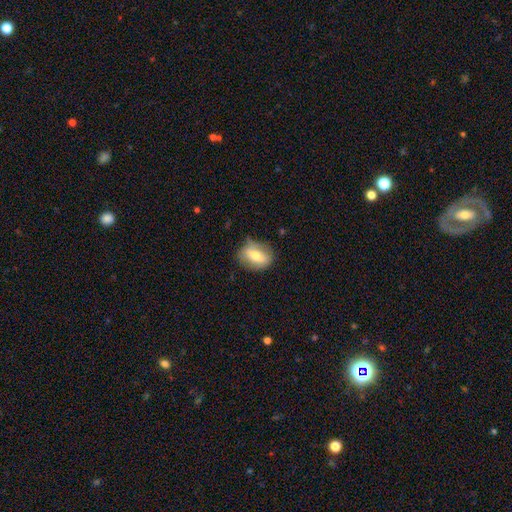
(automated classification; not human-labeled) A smooth galaxy with no disk features (61%) that is in between round and cigar-shaped (72%). Merging: none (76%).